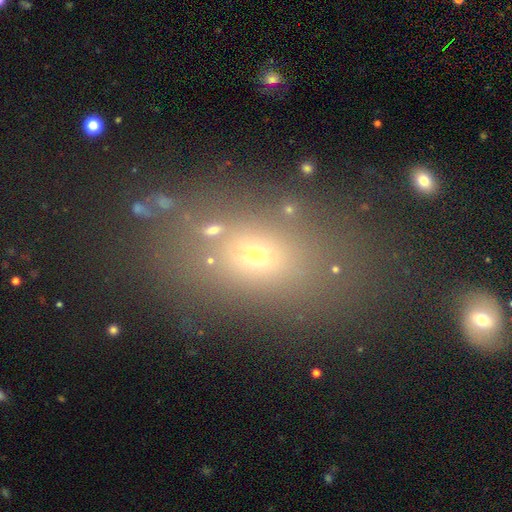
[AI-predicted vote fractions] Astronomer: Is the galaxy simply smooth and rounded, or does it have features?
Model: smooth — 60%.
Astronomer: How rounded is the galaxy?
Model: in between — 77%.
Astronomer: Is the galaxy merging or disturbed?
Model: none — 65%.